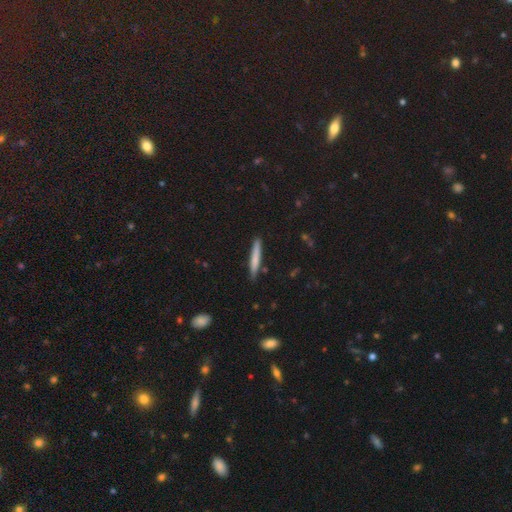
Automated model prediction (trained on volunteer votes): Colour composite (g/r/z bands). It shows a smooth galaxy with no disk features (72%) that is cigar-shaped (95%). Merging: none (86%).